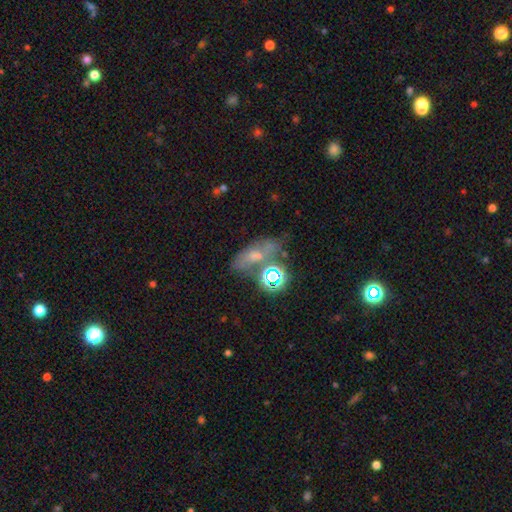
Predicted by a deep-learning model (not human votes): Overall: smooth (37%; star or artifact 33%). Merging: none (55%; minor disturbance 18%).